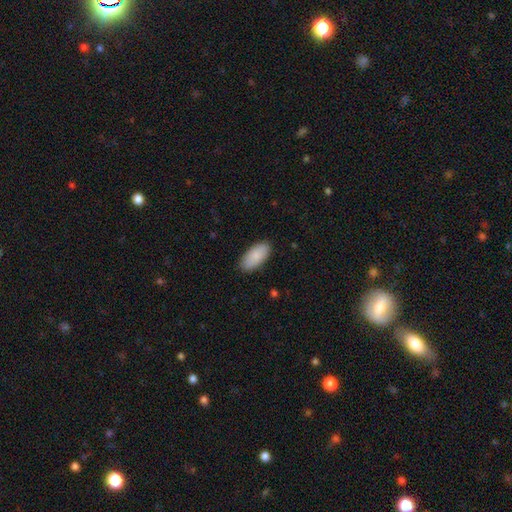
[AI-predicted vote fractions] Q: Smooth or featured?
A: smooth (87%); runner-up: featured or disk (7%)
Q: How rounded?
A: in between (92%); runner-up: cigar-shaped (6%)
Q: Merging?
A: none (88%); runner-up: minor disturbance (9%)